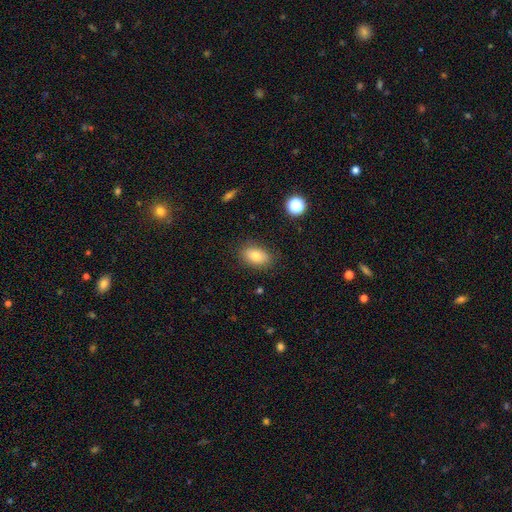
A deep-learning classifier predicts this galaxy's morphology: smooth-or-featured: smooth: 81% | featured or disk: 10% | star or artifact: 9%
  how-rounded: in between: 87% | round: 11% | cigar-shaped: 2%
  merging: none: 84% | minor disturbance: 12% | major disturbance: 3% | merger: 1%